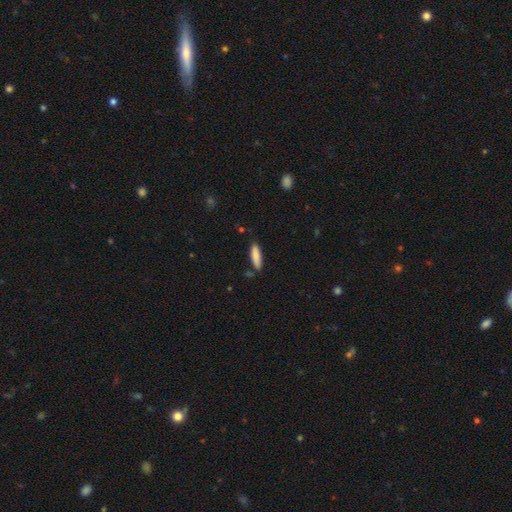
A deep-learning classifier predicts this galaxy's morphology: Smooth or featured: smooth — 85% (featured or disk — 9%)
How rounded: cigar-shaped — 67% (in between — 32%)
Merging: none — 81% (minor disturbance — 14%)